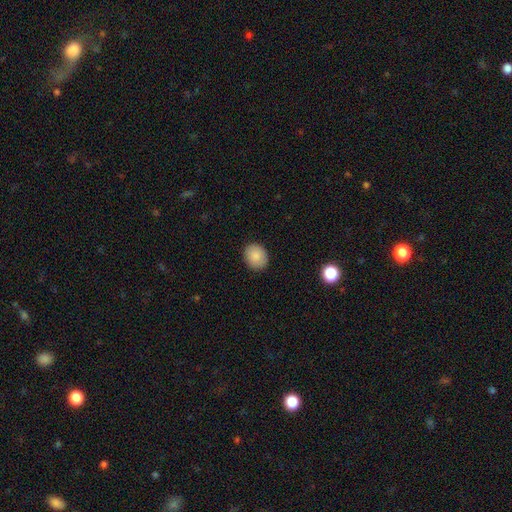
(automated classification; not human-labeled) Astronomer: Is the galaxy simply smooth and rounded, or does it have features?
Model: smooth — 87%.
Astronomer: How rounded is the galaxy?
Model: round — 59% (runner-up: in between, 41%).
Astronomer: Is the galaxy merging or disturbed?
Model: none — 89%.